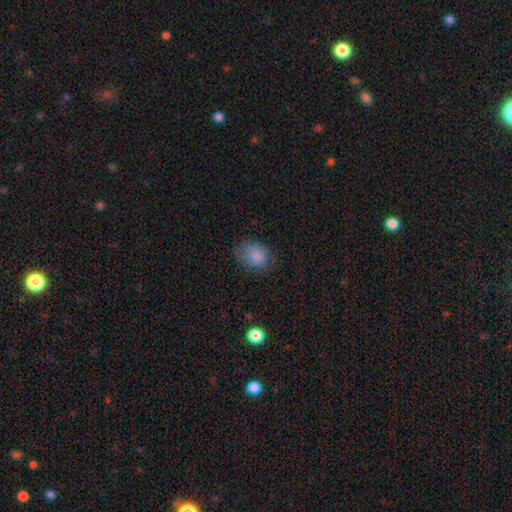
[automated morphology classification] Q: Smooth or featured?
A: smooth (85%); runner-up: star or artifact (10%)
Q: How rounded?
A: in between (53%); runner-up: round (46%)
Q: Merging?
A: none (72%); runner-up: minor disturbance (20%)